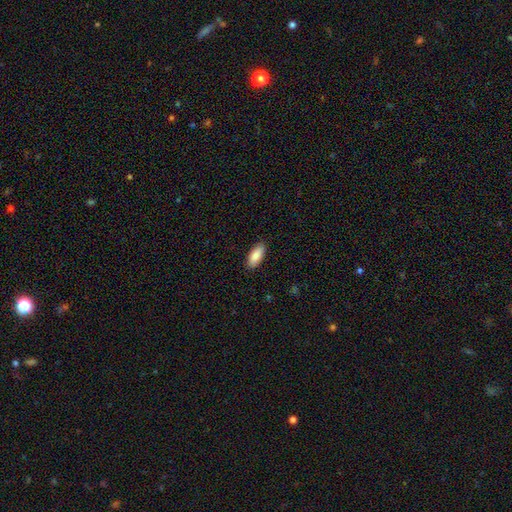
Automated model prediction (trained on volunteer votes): Smooth or featured?
  - smooth: 87% *
  - featured or disk: 7%
  - star or artifact: 6%
How rounded?
  - in between: 84% *
  - cigar-shaped: 14%
  - round: 2%
Merging?
  - none: 89% *
  - minor disturbance: 8%
  - major disturbance: 2%
  - merger: 1%